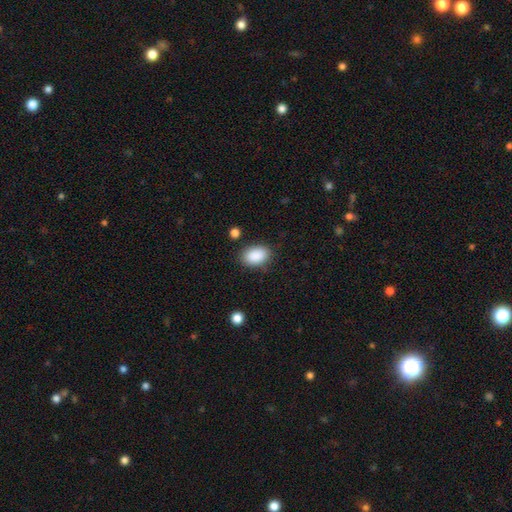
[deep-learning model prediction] A smooth galaxy with no disk features (90%) that is in between round and cigar-shaped (87%).

Vote fractions:
- Smooth or featured? smooth: 90% / star or artifact: 7% / featured or disk: 3%
- How rounded? in between: 87% / round: 11% / cigar-shaped: 1%
- Merging? none: 83% / minor disturbance: 12% / major disturbance: 3% / merger: 2%